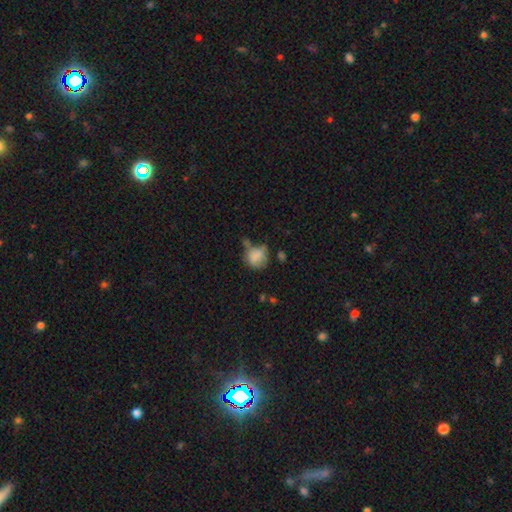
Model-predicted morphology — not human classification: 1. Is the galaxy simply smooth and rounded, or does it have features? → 74% smooth, 16% featured or disk, 10% star or artifact.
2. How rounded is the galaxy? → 65% round, 34% in between, 1% cigar-shaped.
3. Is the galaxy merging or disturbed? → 35% none, 30% minor disturbance, 20% major disturbance, 16% merger.